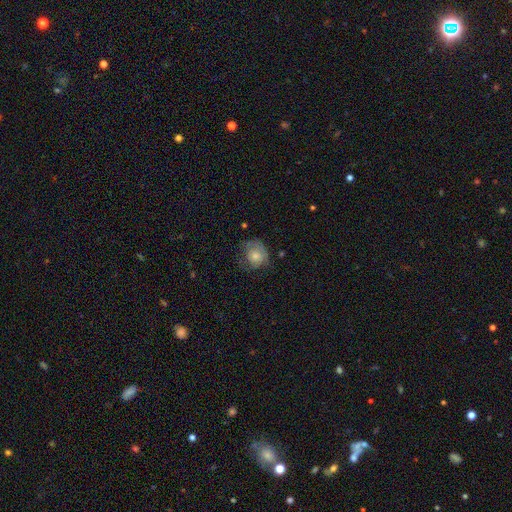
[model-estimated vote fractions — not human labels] Smooth or featured: smooth — 60% (featured or disk — 32%)
How rounded: round — 72% (in between — 27%)
Merging: none — 47% (minor disturbance — 29%)